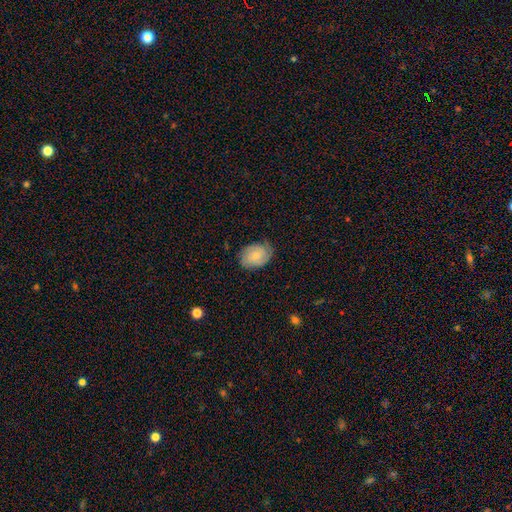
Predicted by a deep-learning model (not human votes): smooth_or_featured: smooth (p=0.63) [alt: featured or disk p=0.30]
how_rounded: in between (p=0.74) [alt: round p=0.25]
merging: none (p=0.69) [alt: minor disturbance p=0.24]